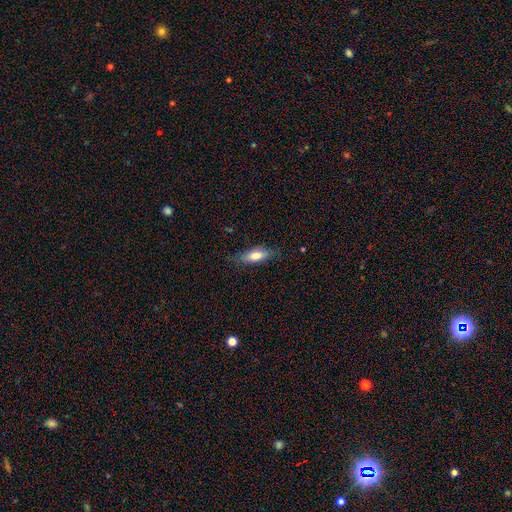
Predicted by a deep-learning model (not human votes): This appears to be a smooth galaxy with no disk features (75%) that is in between round and cigar-shaped (64%). Merging: none (76%).